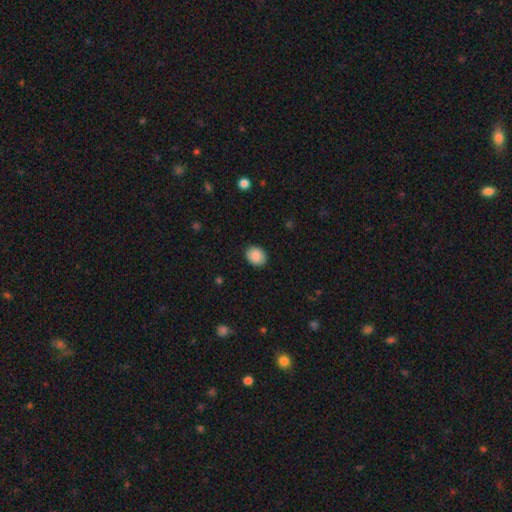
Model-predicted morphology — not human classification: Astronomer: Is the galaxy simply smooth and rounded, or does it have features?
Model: smooth — 89%.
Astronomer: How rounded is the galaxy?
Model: in between — 50% (runner-up: round, 49%).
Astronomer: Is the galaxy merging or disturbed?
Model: none — 89%.